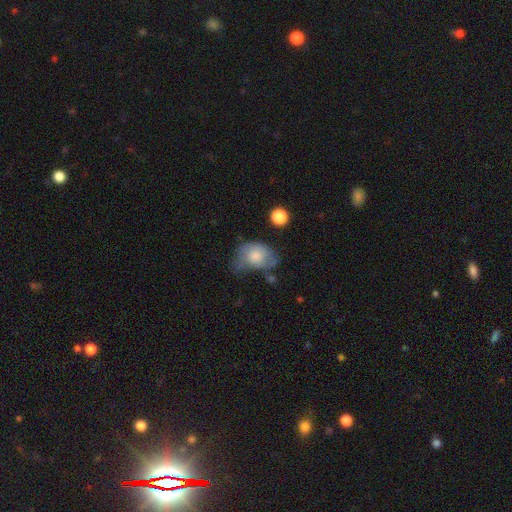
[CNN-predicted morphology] Smooth or featured?
  - smooth: 69% *
  - featured or disk: 23%
  - star or artifact: 8%
How rounded?
  - in between: 70% *
  - round: 29%
  - cigar-shaped: 1%
Merging?
  - minor disturbance: 37% *
  - none: 29%
  - major disturbance: 28%
  - merger: 6%